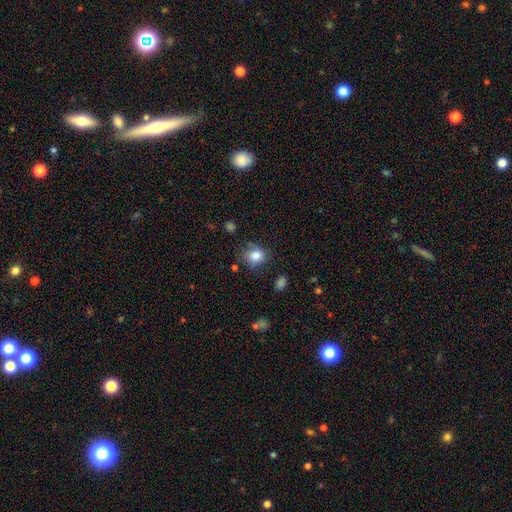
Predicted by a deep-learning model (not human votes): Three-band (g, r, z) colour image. It shows a smooth galaxy with no disk features (82%) that is round (74%). Merging: none (69%).